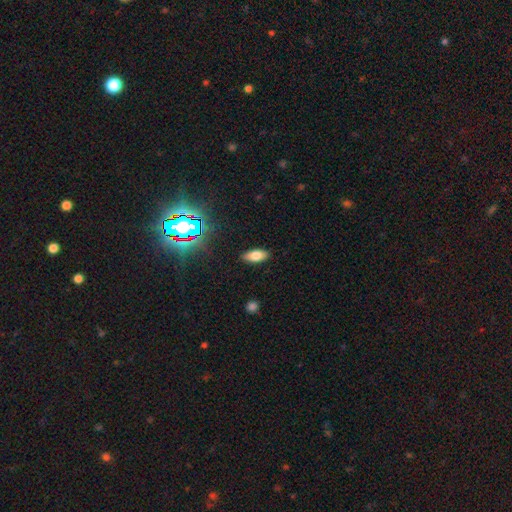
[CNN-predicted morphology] type=smooth (75%); roundness=in between (85%); merging=none (87%).